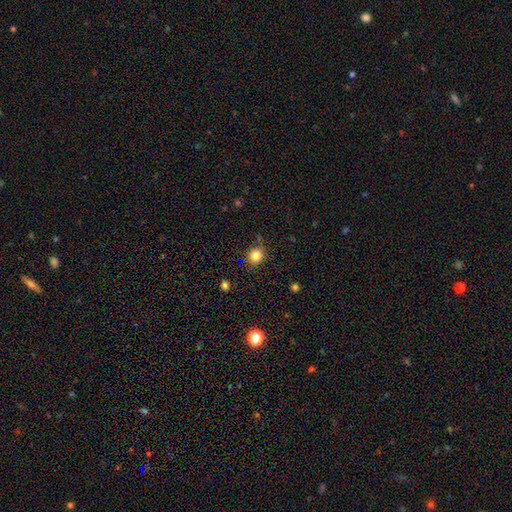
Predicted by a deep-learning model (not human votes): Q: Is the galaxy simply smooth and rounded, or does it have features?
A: smooth — 81%.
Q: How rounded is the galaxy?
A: round — 78%.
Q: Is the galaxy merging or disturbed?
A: none — 80%.